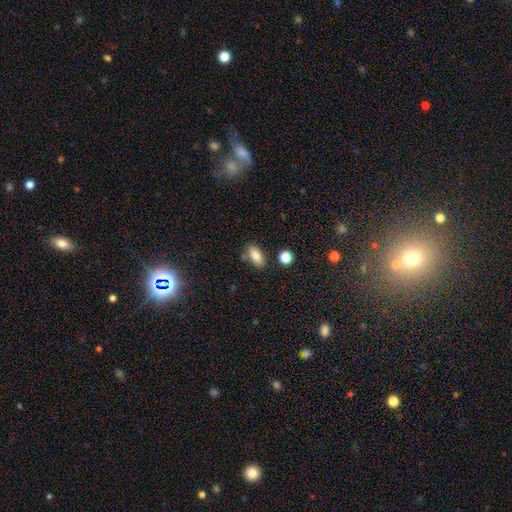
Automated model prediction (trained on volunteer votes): smooth 84%, star or artifact 9%, featured or disk 7%. Down the decision tree: how rounded — in between (87%); merging — none (72%).